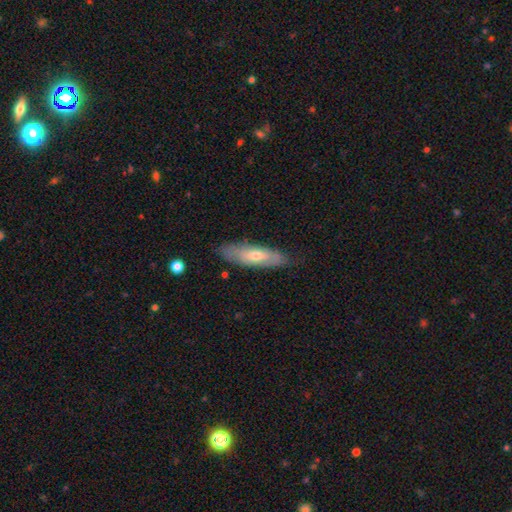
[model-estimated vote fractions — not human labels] smooth 50%, featured or disk 44%, star or artifact 6%. Down the decision tree: merging — none (79%).